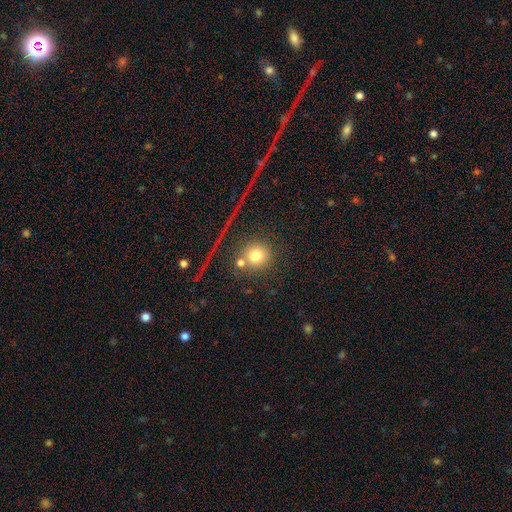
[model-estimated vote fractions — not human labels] The model was most divided on "merging": none: 68%, merger: 16%, minor disturbance: 10%, major disturbance: 6%. More confident: how rounded — round (91%); smooth or featured — smooth (75%).